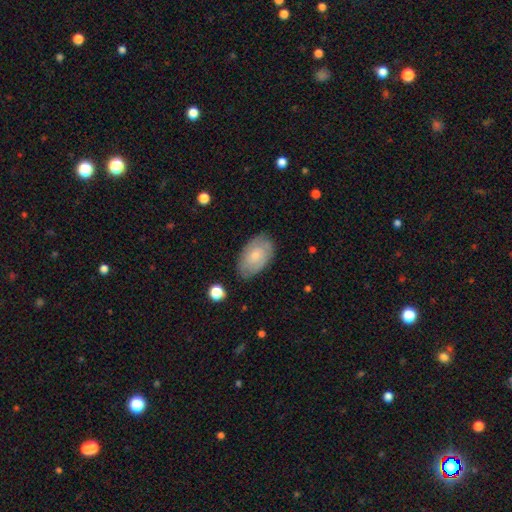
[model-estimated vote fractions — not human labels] Morphology: type=smooth (58%); roundness=in between (93%); merging=none (77%).